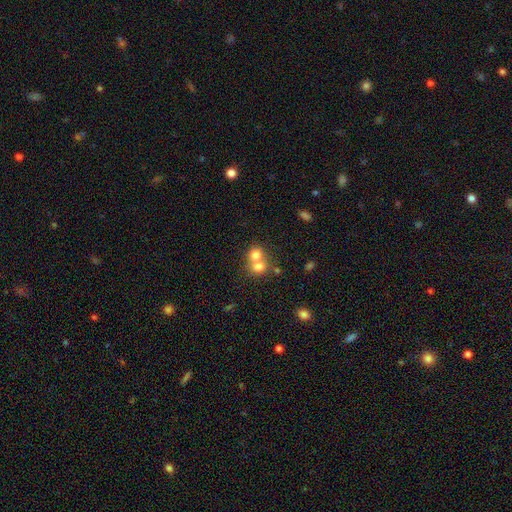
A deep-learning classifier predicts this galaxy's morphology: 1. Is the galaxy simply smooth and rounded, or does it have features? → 75% smooth, 14% featured or disk, 11% star or artifact.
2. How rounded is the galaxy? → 75% round, 24% in between, 1% cigar-shaped.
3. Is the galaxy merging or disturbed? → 65% merger, 28% none, 5% minor disturbance, 2% major disturbance.